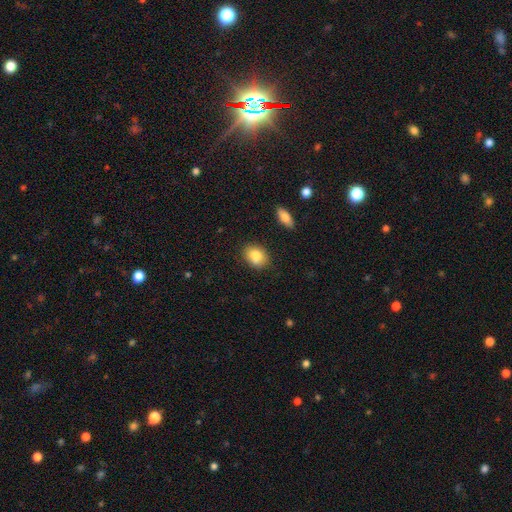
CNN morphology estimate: A smooth galaxy with no disk features (84%) that is in between round and cigar-shaped (68%). Merging: none (78%).